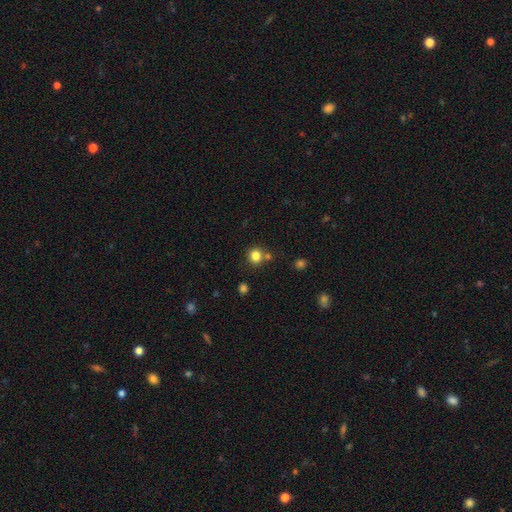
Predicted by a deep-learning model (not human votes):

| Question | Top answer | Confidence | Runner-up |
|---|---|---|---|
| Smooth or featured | smooth | 81% | star or artifact (13%) |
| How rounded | round | 86% | in between (13%) |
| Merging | none | 74% | merger (14%) |